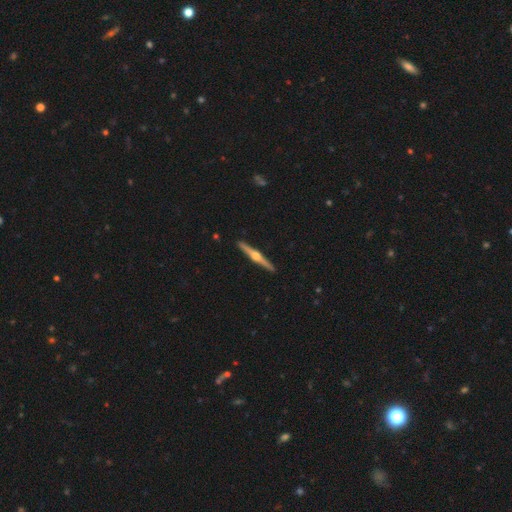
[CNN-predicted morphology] Smooth or featured? Predicted: featured or disk (p=0.82). Edge-on disk? Predicted: yes (p=0.99). Edge-on bulge? Predicted: rounded (p=0.95). Merging? Predicted: none (p=0.93).